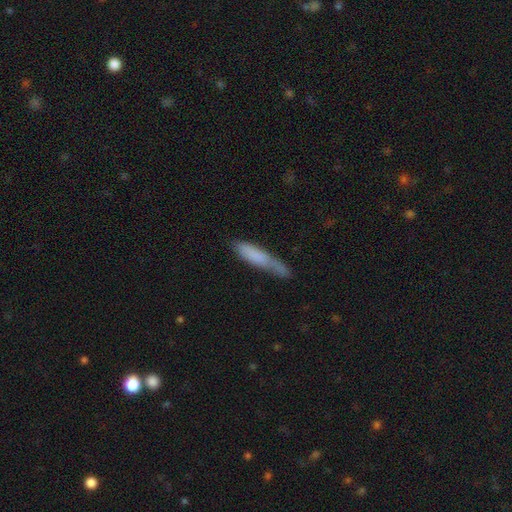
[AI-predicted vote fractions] This appears to be a smooth galaxy with no disk features (73%) that is cigar-shaped (83%). Merging: none (51%).